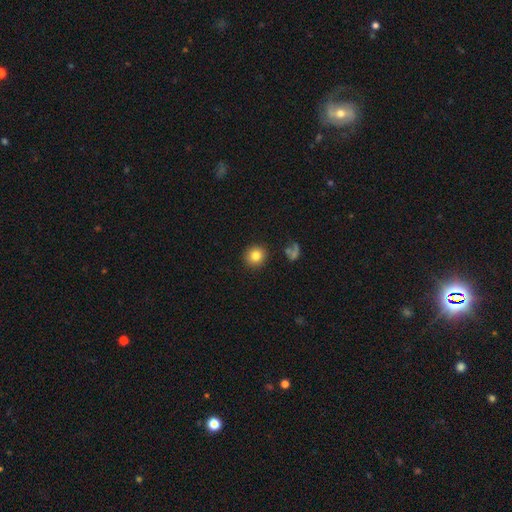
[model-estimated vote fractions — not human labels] Smooth or featured? Predicted: smooth (p=0.82). How rounded? Predicted: round (p=0.91). Merging? Predicted: none (p=0.89).